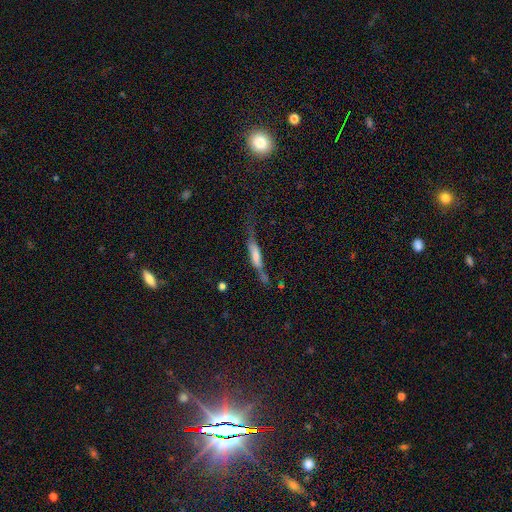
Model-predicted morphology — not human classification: type=smooth (50%); roundness=cigar-shaped (78%); merging=none (41%).